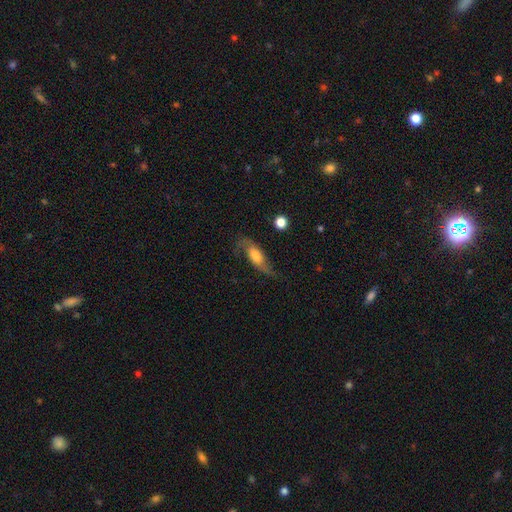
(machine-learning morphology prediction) This appears to be a featured or disk galaxy (64%) with no bar (58%), spiral arms (90%) and a moderate central bulge (42%). Merging: none (61%).